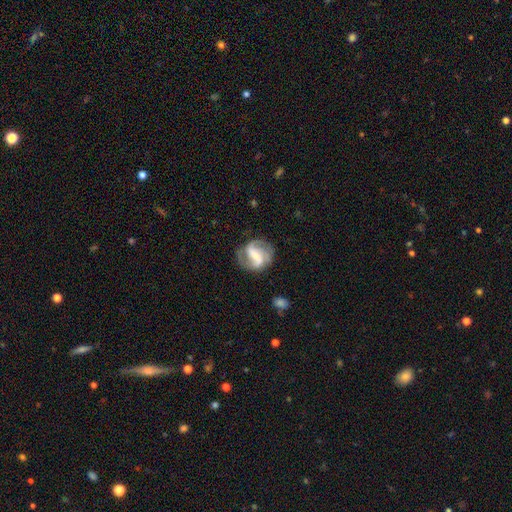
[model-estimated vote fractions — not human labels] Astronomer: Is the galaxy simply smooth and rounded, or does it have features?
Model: featured or disk — 87%.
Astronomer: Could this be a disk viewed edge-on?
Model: no — 98%.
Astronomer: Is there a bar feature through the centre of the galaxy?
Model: weak — 43% (runner-up: strong, 39%).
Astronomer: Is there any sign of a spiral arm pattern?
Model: yes — 96%.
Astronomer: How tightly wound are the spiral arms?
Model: medium — 50% (runner-up: loose, 26%).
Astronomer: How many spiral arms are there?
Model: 2 — 65%.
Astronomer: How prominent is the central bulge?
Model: small — 51% (runner-up: moderate, 38%).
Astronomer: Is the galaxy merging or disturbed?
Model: none — 74%.